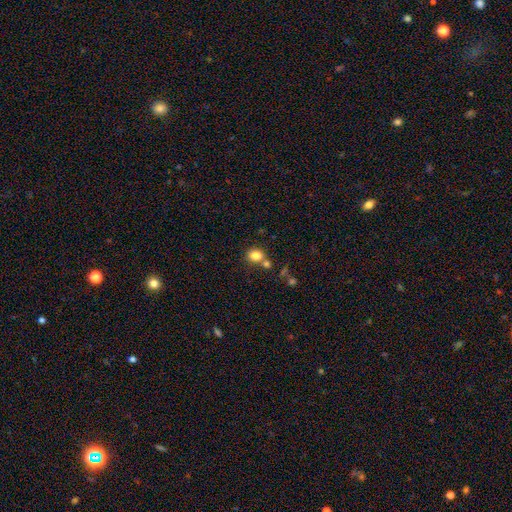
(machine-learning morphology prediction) type=smooth (82%); roundness=round (57%); merging=none (60%).